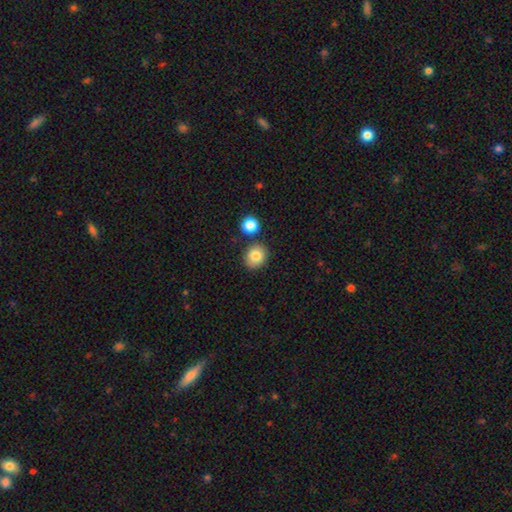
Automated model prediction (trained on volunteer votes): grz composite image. It shows a smooth galaxy with no disk features (83%) that is round (75%). Merging: none (79%).